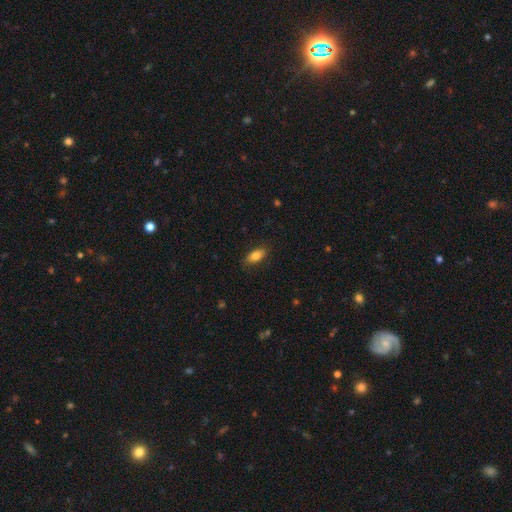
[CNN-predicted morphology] smooth 81%, featured or disk 12%, star or artifact 7%. Down the decision tree: how rounded — in between (85%); merging — none (84%).